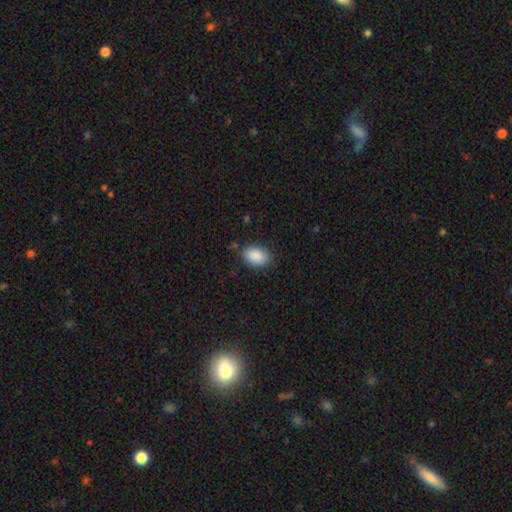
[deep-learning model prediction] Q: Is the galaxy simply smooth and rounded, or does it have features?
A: smooth — 90%.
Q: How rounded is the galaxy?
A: in between — 89%.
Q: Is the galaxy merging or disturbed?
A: none — 83%.